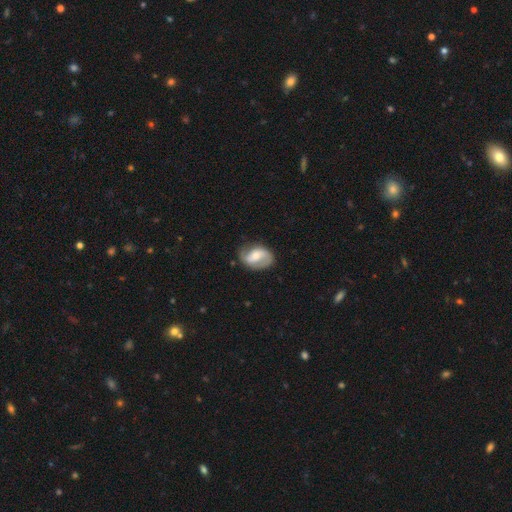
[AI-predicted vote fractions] Morphology: type=featured or disk (68%); edge-on=no (96%); bar=weak (42%); spiral arms=yes (85%); winding=medium (43%); arm count=2 (77%); bulge=moderate (54%); merging=none (68%).